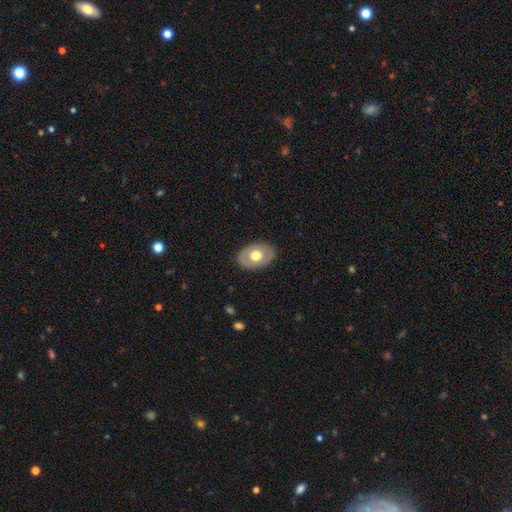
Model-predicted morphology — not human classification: Overall: smooth (59%; featured or disk 35%). How rounded: in between (79%). Merging: none (85%).